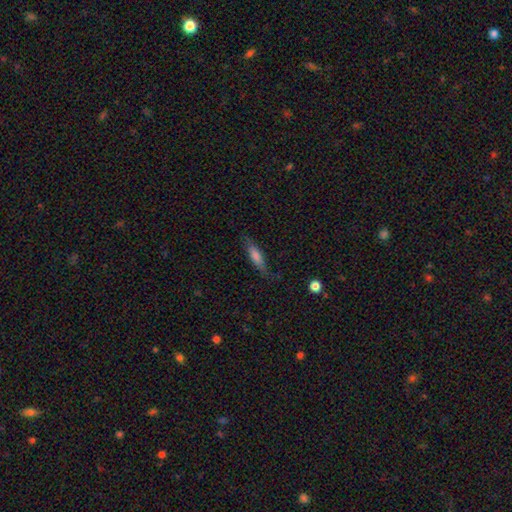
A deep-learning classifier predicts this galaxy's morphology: Smooth or featured? Predicted: smooth (p=0.52). How rounded? Predicted: cigar-shaped (p=0.75). Merging? Predicted: none (p=0.75).